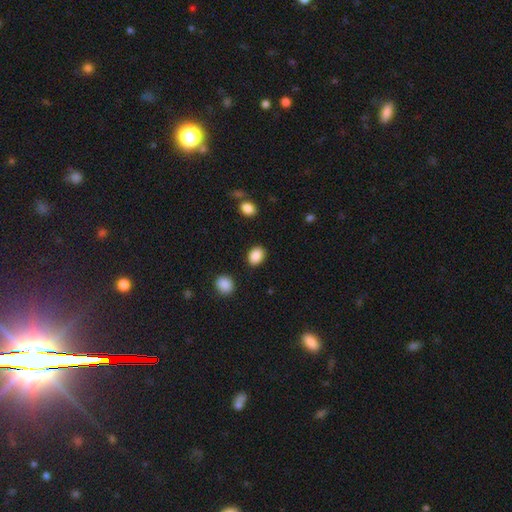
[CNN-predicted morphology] Smooth or featured: smooth — 88% (star or artifact — 8%)
How rounded: in between — 63% (round — 36%)
Merging: none — 87% (minor disturbance — 8%)